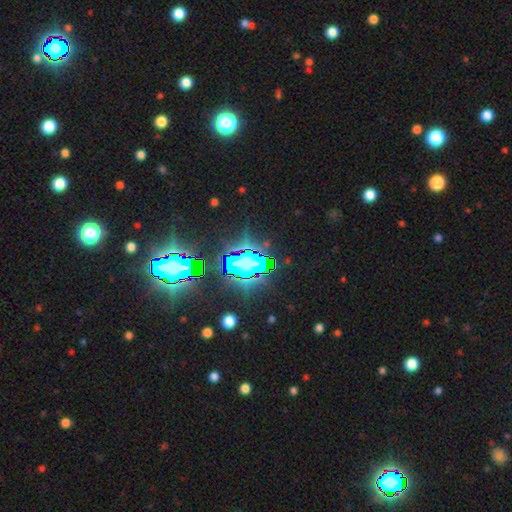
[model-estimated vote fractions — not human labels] smooth_or_featured: star or artifact (p=0.83) [alt: smooth p=0.10]